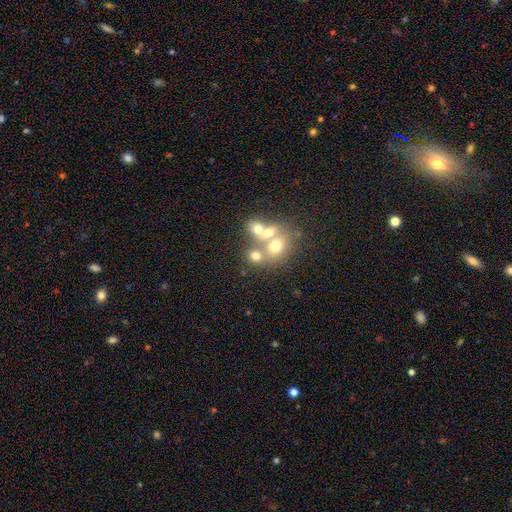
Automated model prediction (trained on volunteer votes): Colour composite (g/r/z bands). It shows a smooth galaxy with no disk features (63%) that is round (67%). Merging: merger (47%).